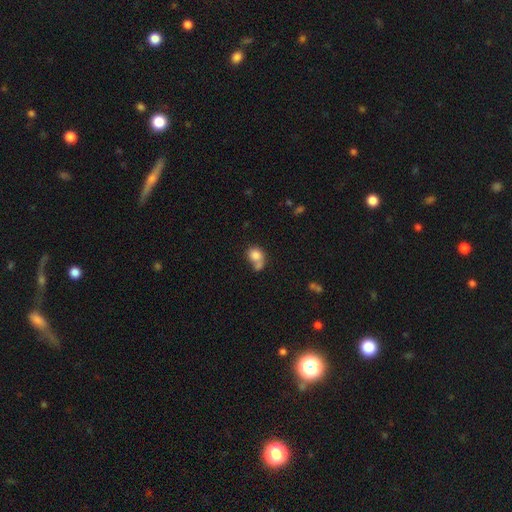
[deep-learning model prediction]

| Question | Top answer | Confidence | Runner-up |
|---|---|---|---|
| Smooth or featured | smooth | 81% | featured or disk (10%) |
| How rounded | round | 61% | in between (38%) |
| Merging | merger | 45% | none (33%) |